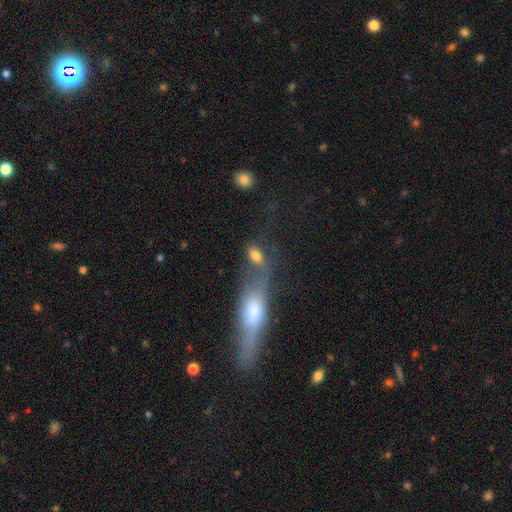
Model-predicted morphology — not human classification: Smooth or featured? smooth (73%)
How rounded? in between (82%)
Merging? merger (41%)